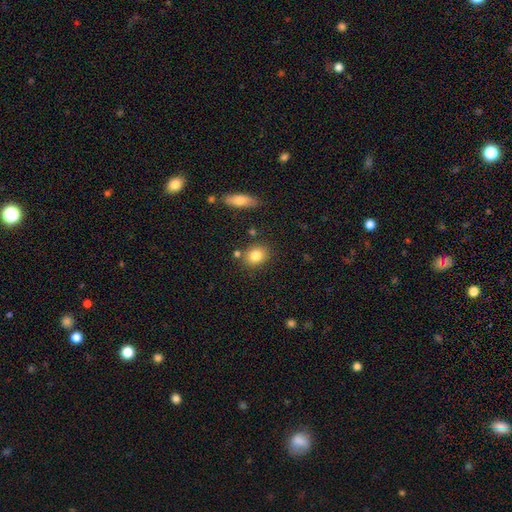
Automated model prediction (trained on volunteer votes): Smooth or featured? Predicted: smooth (p=0.83). How rounded? Predicted: round (p=0.55). Merging? Predicted: none (p=0.78).